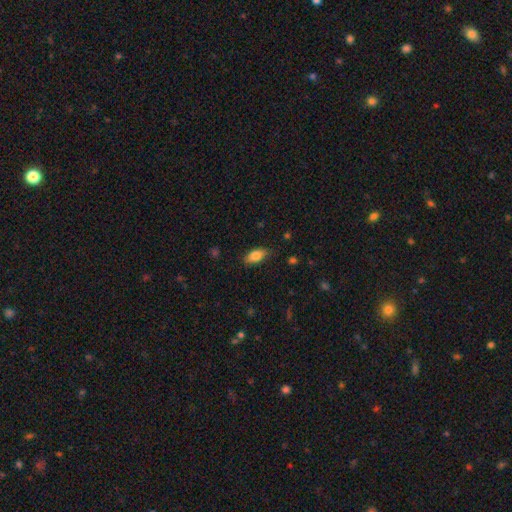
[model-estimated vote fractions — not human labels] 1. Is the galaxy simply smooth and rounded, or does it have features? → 82% smooth, 10% featured or disk, 7% star or artifact.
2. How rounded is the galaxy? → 89% in between, 7% cigar-shaped, 4% round.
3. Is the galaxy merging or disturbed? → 81% none, 15% minor disturbance, 3% major disturbance, 1% merger.